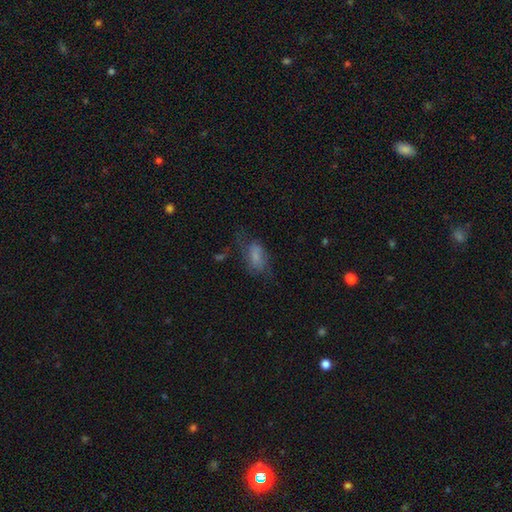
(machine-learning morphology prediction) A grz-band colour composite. It shows a smooth galaxy with no disk features (60%) that is in between round and cigar-shaped (89%). Merging: none (41%).